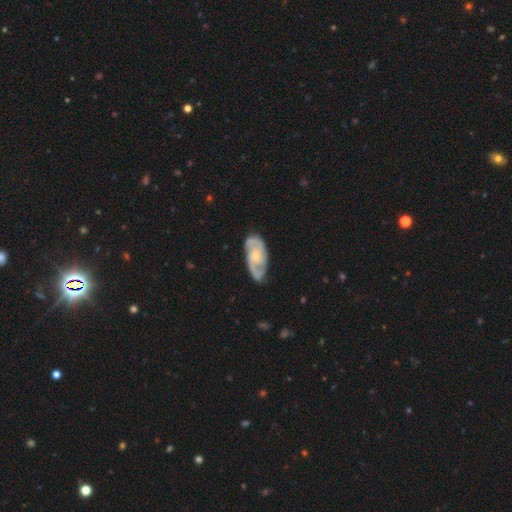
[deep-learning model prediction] A featured or disk galaxy (84%) with no bar (65%), 2 (79%) medium (46%) spiral arms (96%) and a small central bulge (61%).

Vote fractions:
- Smooth or featured? featured or disk: 84% / smooth: 12% / star or artifact: 4%
- Edge-on disk? no: 95% / yes: 5%
- Bar? no: 65% / weak: 29% / strong: 6%
- Spiral arms? yes: 96% / no: 4%
- Spiral winding? medium: 46% / tight: 43% / loose: 11%
- Spiral arm count? 2: 79% / 3: 8% / can't tell: 7% / 1: 2% / 4: 2% / more than 4: 1%
- Bulge size? small: 61% / moderate: 32% / none: 4% / large: 2% / dominant: 1%
- Merging? none: 77% / minor disturbance: 17% / major disturbance: 4% / merger: 2%